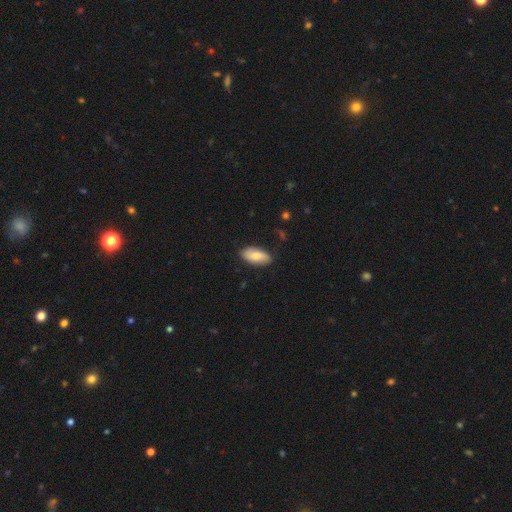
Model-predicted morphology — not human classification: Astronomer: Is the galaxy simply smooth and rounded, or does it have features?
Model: smooth — 73%.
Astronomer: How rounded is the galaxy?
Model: in between — 91%.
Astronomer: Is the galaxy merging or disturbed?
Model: none — 82%.